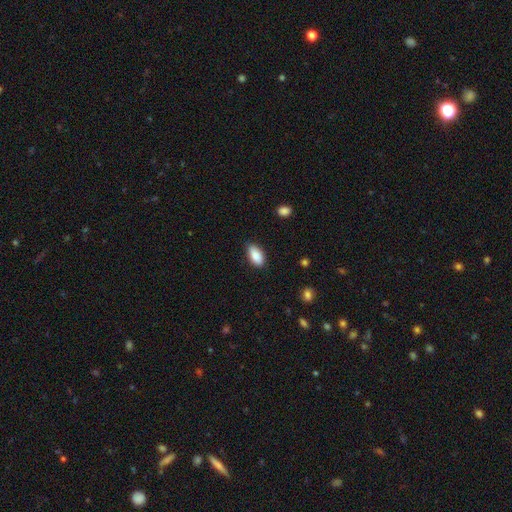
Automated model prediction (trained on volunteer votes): This appears to be a smooth galaxy with no disk features (87%) that is in between round and cigar-shaped (92%). Merging: none (83%).